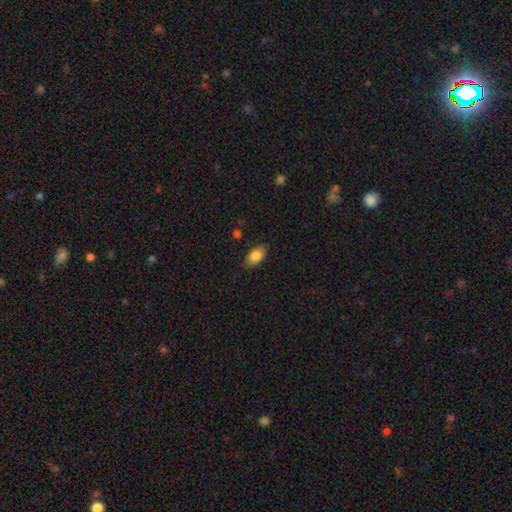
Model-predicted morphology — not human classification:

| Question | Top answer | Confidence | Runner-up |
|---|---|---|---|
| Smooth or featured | smooth | 83% | featured or disk (9%) |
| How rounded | in between | 90% | round (6%) |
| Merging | none | 82% | minor disturbance (14%) |